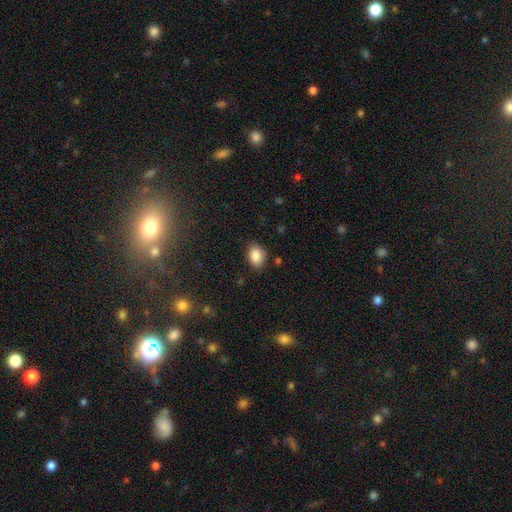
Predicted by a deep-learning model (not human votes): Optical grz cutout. It shows a smooth galaxy with no disk features (87%) that is in between round and cigar-shaped (71%). Merging: none (81%).